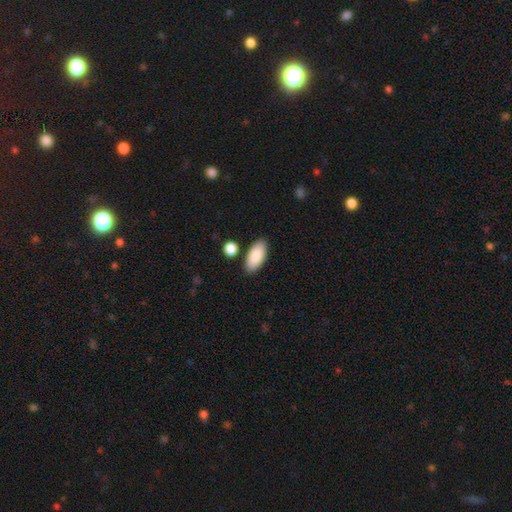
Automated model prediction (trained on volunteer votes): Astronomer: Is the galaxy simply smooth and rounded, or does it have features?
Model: smooth — 88%.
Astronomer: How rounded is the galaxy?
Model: in between — 89%.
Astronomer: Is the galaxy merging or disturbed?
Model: none — 83%.